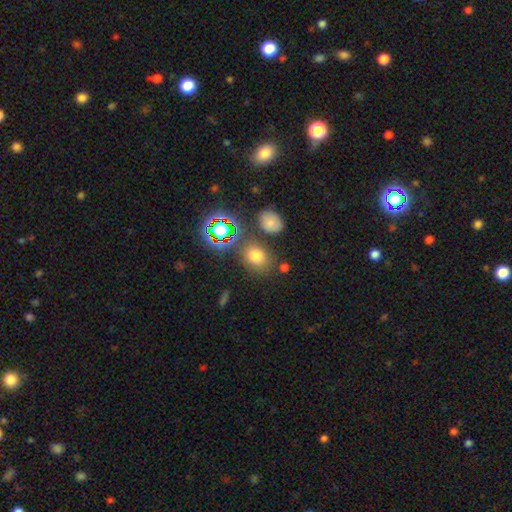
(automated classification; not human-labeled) This is likely a smooth galaxy (69%). How rounded: possibly in between (55%). Merging: likely none (72%).